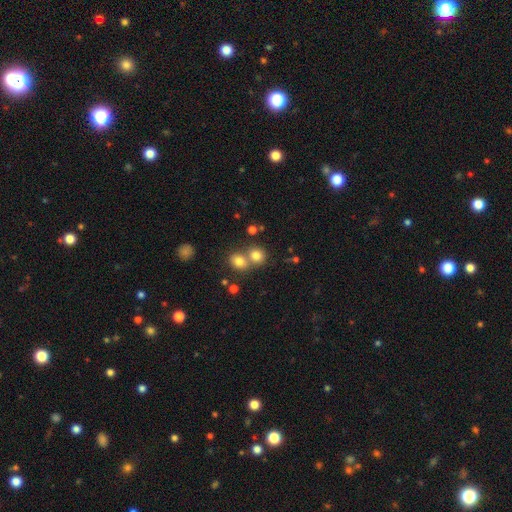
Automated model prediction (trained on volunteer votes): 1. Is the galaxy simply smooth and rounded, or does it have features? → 78% smooth, 13% star or artifact, 9% featured or disk.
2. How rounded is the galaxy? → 76% round, 23% in between, 1% cigar-shaped.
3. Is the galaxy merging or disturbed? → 47% none, 43% merger, 7% minor disturbance, 3% major disturbance.